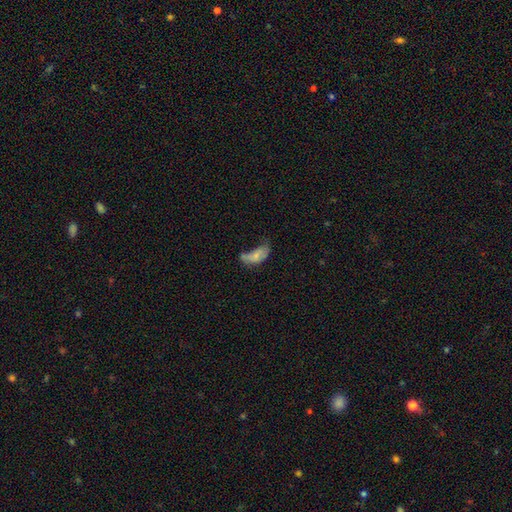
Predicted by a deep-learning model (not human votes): This is likely a smooth galaxy (62%). How rounded: clearly in between (90%). Merging: marginally major disturbance (36%).